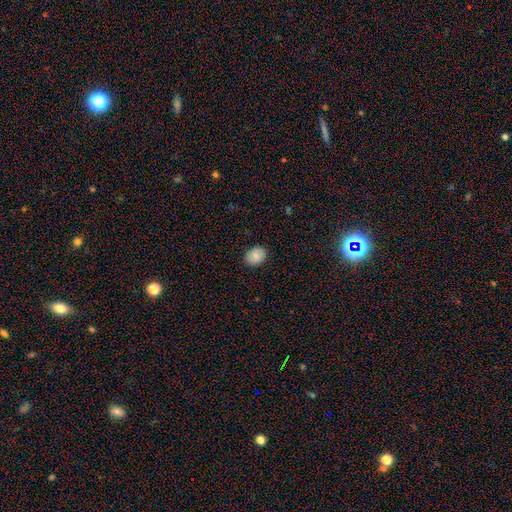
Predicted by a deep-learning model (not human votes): Morphology: type=smooth (86%); roundness=in between (63%); merging=none (89%).